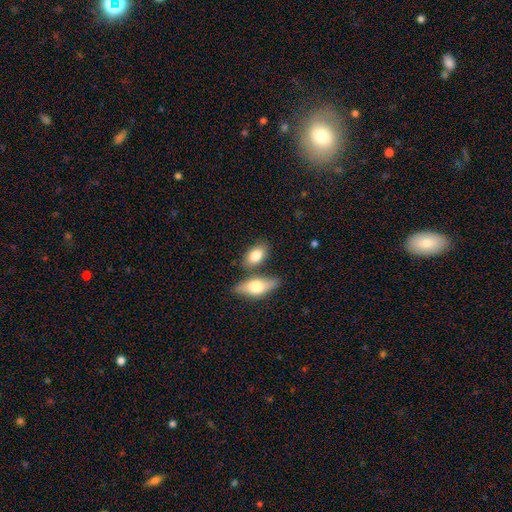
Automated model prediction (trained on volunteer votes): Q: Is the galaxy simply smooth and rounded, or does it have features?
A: smooth — 79%.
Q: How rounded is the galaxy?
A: in between — 88%.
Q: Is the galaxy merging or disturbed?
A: none — 62%.